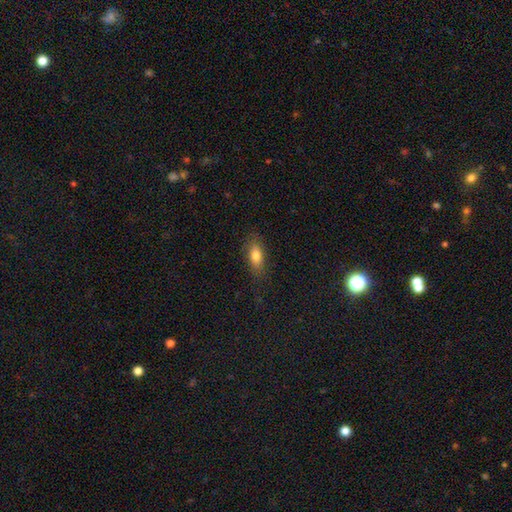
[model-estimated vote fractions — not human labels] Smooth or featured?
  - smooth: 78% *
  - featured or disk: 14%
  - star or artifact: 8%
How rounded?
  - in between: 82% *
  - cigar-shaped: 14%
  - round: 5%
Merging?
  - none: 80% *
  - minor disturbance: 15%
  - major disturbance: 4%
  - merger: 1%